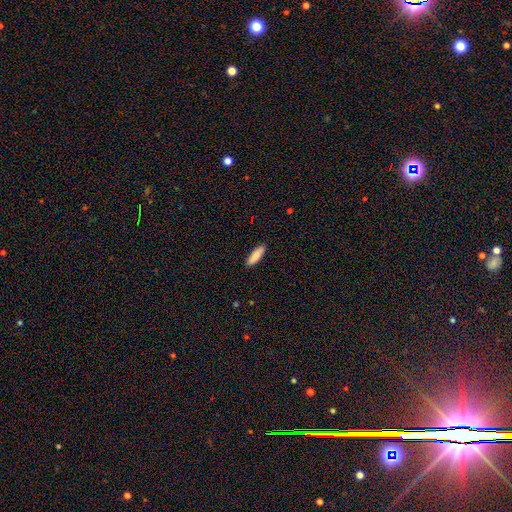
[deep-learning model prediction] Q: Smooth or featured?
A: smooth (87%); runner-up: featured or disk (7%)
Q: How rounded?
A: cigar-shaped (53%); runner-up: in between (46%)
Q: Merging?
A: none (90%); runner-up: minor disturbance (8%)